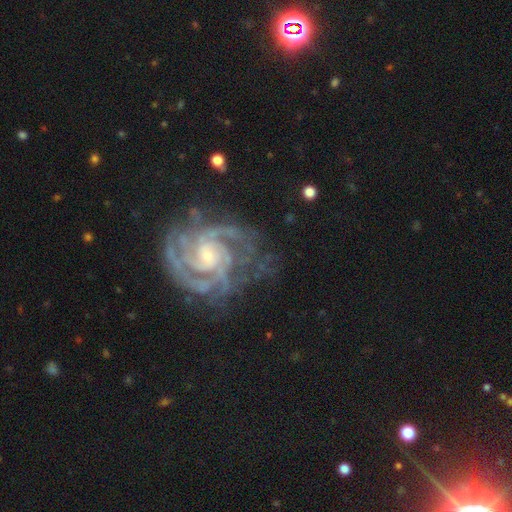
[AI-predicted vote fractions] A featured or disk galaxy (81%) with no bar (54%), 3 (26%) tight (62%) spiral arms (96%) and a small central bulge (45%, tied with moderate). Merging: none (74%).